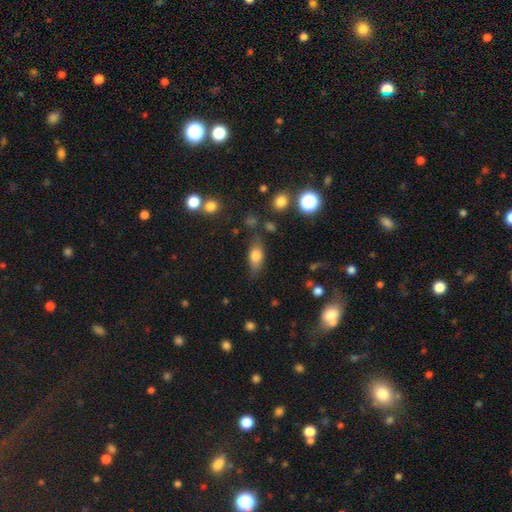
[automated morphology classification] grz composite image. It shows a smooth galaxy with no disk features (72%) that is in between round and cigar-shaped (80%). Merging: none (70%).